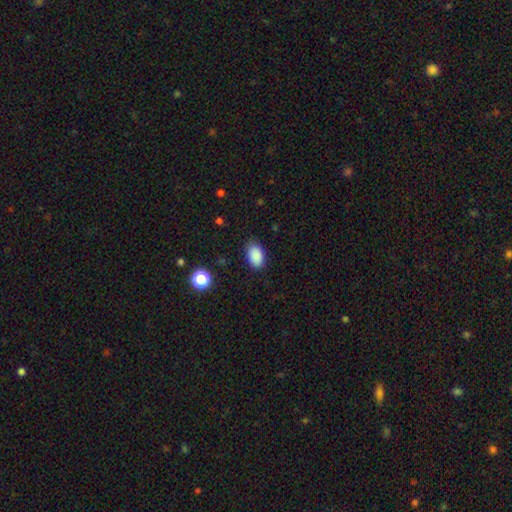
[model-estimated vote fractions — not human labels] The model was most divided on "merging": none: 83%, minor disturbance: 13%, major disturbance: 3%, merger: 1%. More confident: how rounded — in between (89%); smooth or featured — smooth (88%).